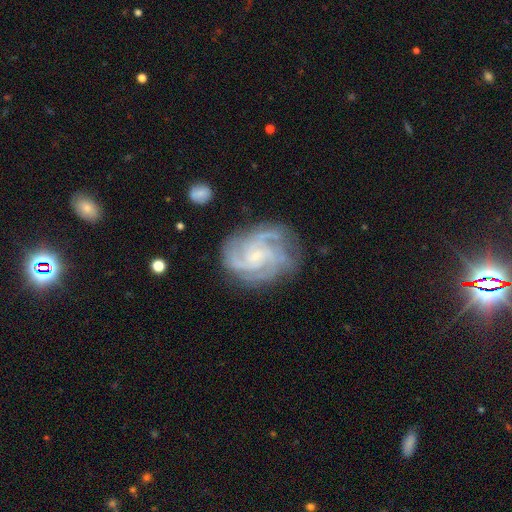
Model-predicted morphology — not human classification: type=featured or disk (87%); edge-on=no (98%); bar=no (63%); spiral arms=yes (97%); winding=tight (55%); arm count=3 (32%); bulge=small (73%); merging=none (74%).